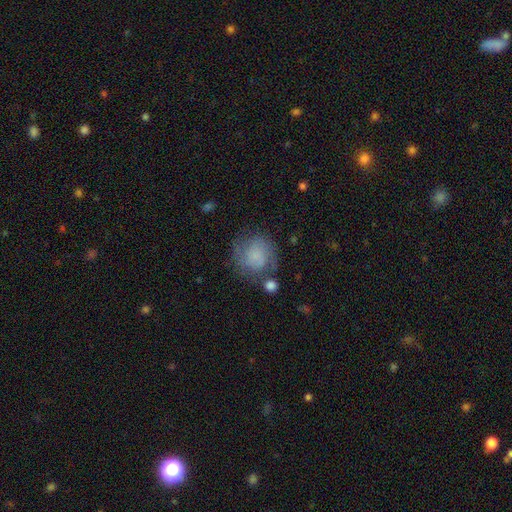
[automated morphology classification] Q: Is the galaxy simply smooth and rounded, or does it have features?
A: smooth — 54%.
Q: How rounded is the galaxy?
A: round — 82%.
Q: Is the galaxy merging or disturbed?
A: none — 59%.